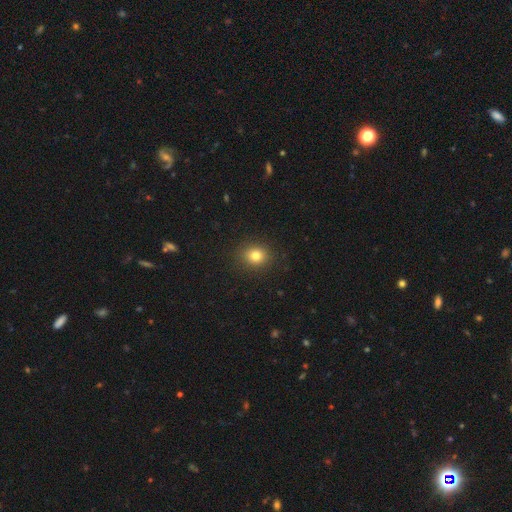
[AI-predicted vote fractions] Smooth or featured? smooth (80%)
How rounded? round (75%)
Merging? none (89%)